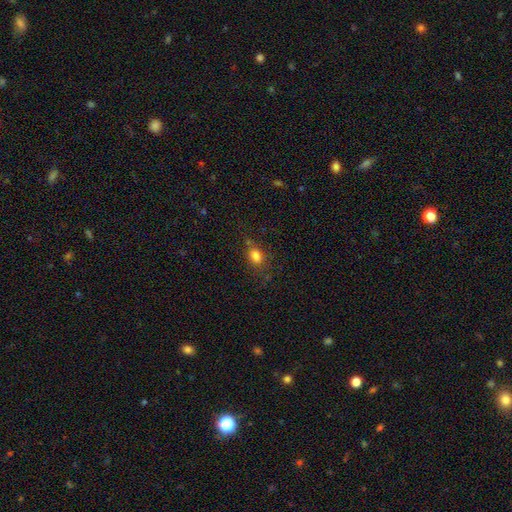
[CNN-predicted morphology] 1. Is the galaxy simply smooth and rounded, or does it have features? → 78% smooth, 14% star or artifact, 8% featured or disk.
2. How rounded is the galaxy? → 65% in between, 32% round, 2% cigar-shaped.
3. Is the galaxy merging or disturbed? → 63% none, 20% minor disturbance, 9% major disturbance, 7% merger.